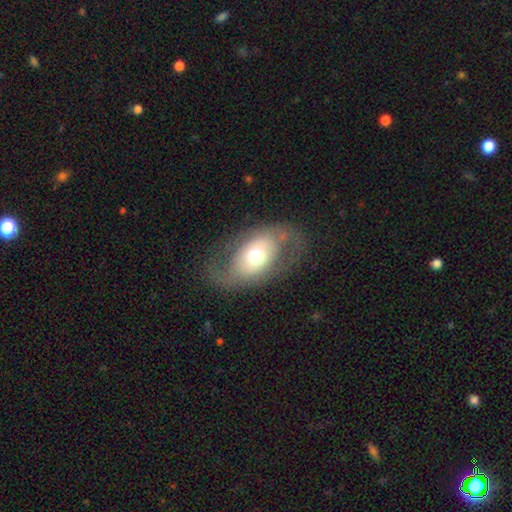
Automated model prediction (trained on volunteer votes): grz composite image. It shows a featured or disk galaxy (53%). Merging: none (71%).